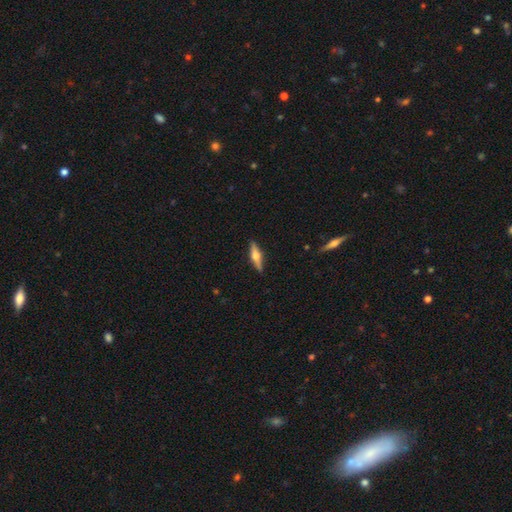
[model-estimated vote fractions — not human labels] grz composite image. It shows a featured or disk galaxy (64%) viewed edge-on (97%) with a rounded central bulge (93%). Merging: none (89%).